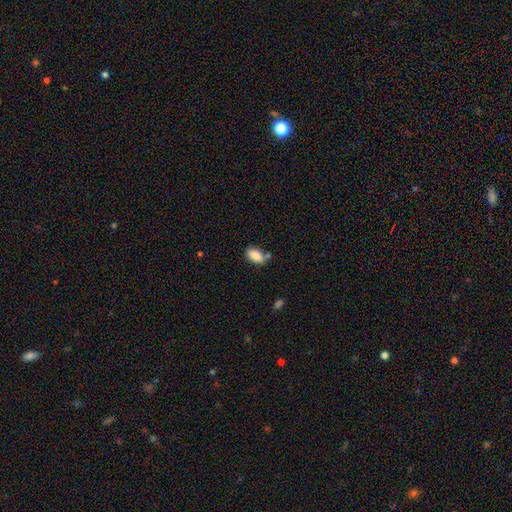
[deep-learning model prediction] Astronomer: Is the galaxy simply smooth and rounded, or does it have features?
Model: smooth — 83%.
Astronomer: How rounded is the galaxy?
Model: in between — 91%.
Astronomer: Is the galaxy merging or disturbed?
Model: none — 70%.